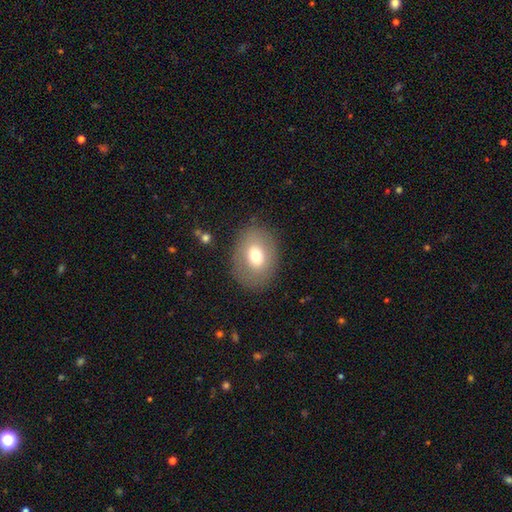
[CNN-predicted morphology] Smooth or featured? smooth (68%)
How rounded? in between (65%)
Merging? none (83%)